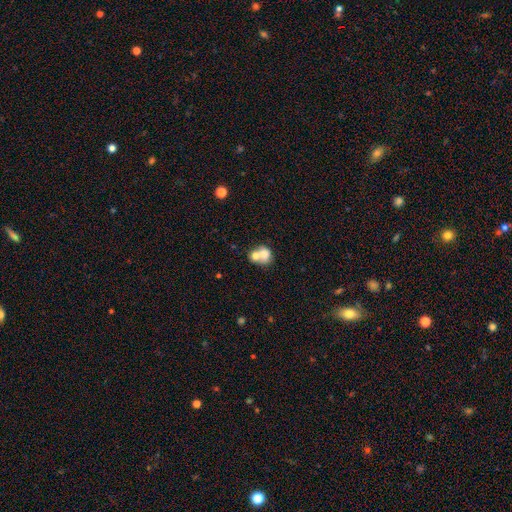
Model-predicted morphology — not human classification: Smooth or featured: smooth — 70% (featured or disk — 21%)
How rounded: round — 60% (in between — 39%)
Merging: merger — 64% (none — 24%)